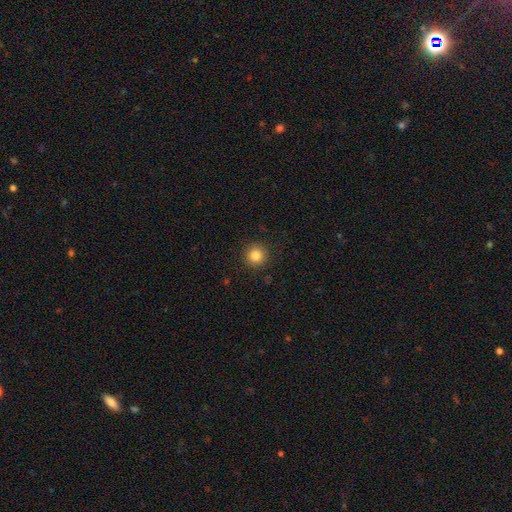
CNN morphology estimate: Smooth or featured?
  - smooth: 85% *
  - star or artifact: 11%
  - featured or disk: 5%
How rounded?
  - round: 94% *
  - in between: 5%
  - cigar-shaped: 1%
Merging?
  - none: 90% *
  - minor disturbance: 6%
  - major disturbance: 2%
  - merger: 1%